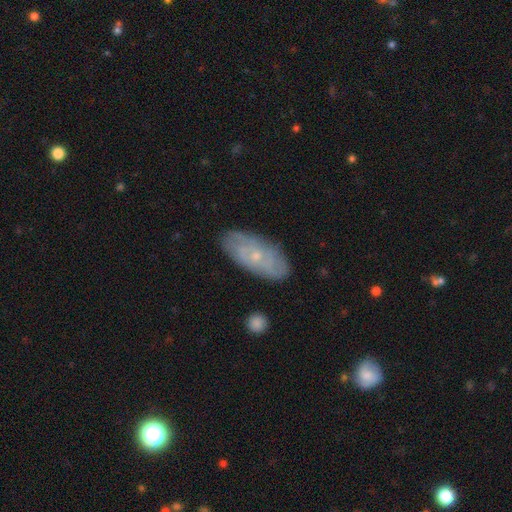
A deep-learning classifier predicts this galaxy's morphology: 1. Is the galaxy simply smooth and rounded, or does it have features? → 61% featured or disk, 32% smooth, 7% star or artifact.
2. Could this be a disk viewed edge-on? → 89% no, 11% yes.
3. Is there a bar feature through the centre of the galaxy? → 79% no, 18% weak, 3% strong.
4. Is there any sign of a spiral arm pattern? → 77% yes, 23% no.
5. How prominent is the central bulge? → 76% small, 20% moderate, 3% none, 1% large, 1% dominant.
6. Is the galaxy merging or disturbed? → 82% none, 14% minor disturbance, 3% major disturbance, 2% merger.